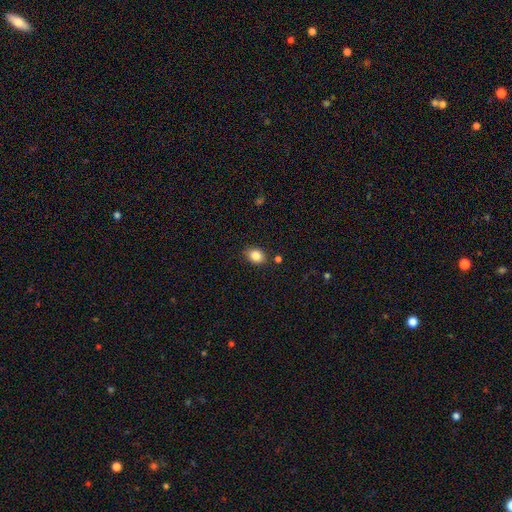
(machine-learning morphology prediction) Q: Smooth or featured?
A: smooth (84%); runner-up: star or artifact (10%)
Q: How rounded?
A: in between (64%); runner-up: round (35%)
Q: Merging?
A: none (84%); runner-up: minor disturbance (11%)